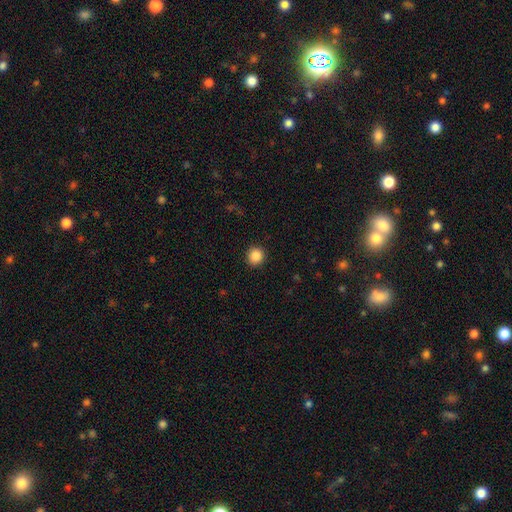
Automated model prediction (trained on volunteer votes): Smooth or featured? smooth (88%)
How rounded? round (91%)
Merging? none (91%)